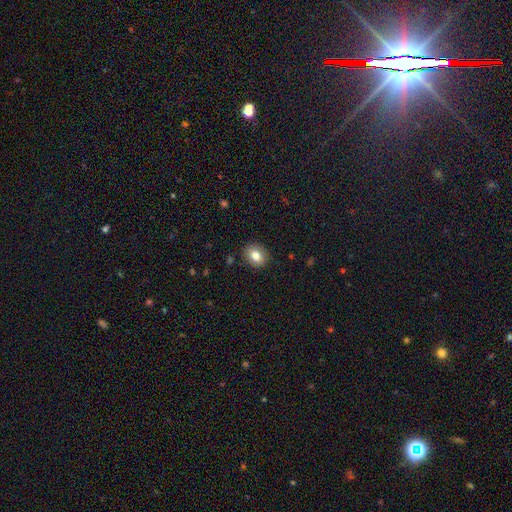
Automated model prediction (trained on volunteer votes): A smooth galaxy with no disk features (80%) that is round (52%). Merging: none (88%).